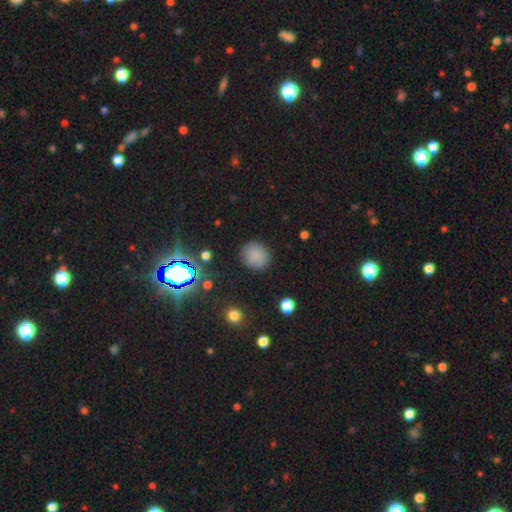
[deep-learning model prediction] This is clearly a smooth galaxy (81%). How rounded: likely round (80%). Merging: clearly none (87%).